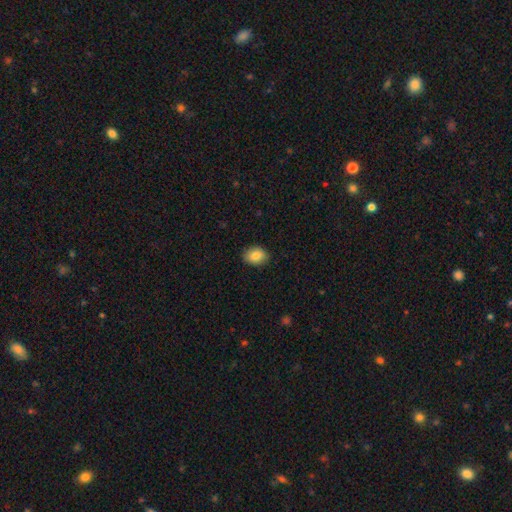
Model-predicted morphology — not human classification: smooth-or-featured: smooth: 85% | star or artifact: 8% | featured or disk: 7%
  how-rounded: in between: 72% | round: 27% | cigar-shaped: 1%
  merging: none: 88% | minor disturbance: 9% | major disturbance: 2% | merger: 1%